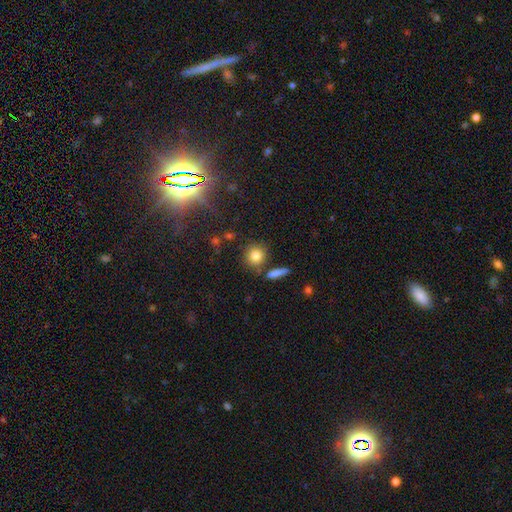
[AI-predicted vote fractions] smooth-or-featured: smooth: 81% | star or artifact: 11% | featured or disk: 8%
  how-rounded: round: 84% | in between: 14% | cigar-shaped: 2%
  merging: none: 77% | minor disturbance: 10% | merger: 9% | major disturbance: 3%